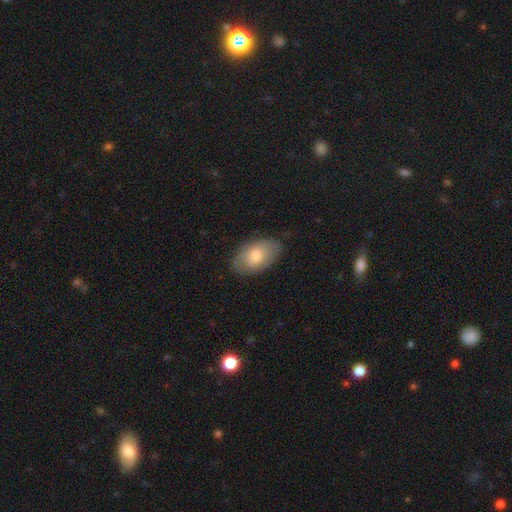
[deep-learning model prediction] A smooth galaxy with no disk features (73%) that is in between round and cigar-shaped (92%).

Vote fractions:
- Smooth or featured? smooth: 73% / featured or disk: 21% / star or artifact: 6%
- How rounded? in between: 92% / round: 6% / cigar-shaped: 1%
- Merging? none: 77% / minor disturbance: 18% / major disturbance: 4% / merger: 1%